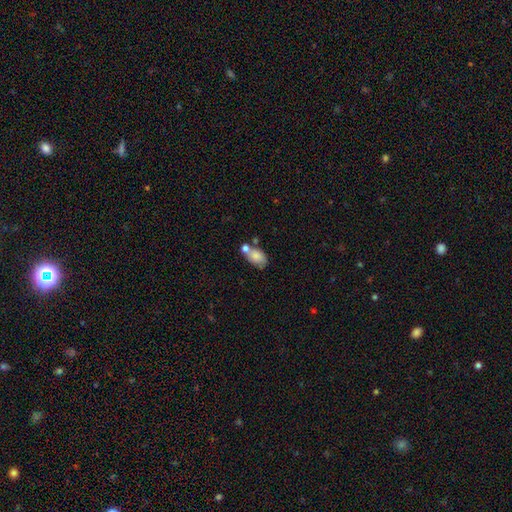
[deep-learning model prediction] smooth 79%, featured or disk 13%, star or artifact 8%. Down the decision tree: how rounded — in between (87%); merging — none (41%).